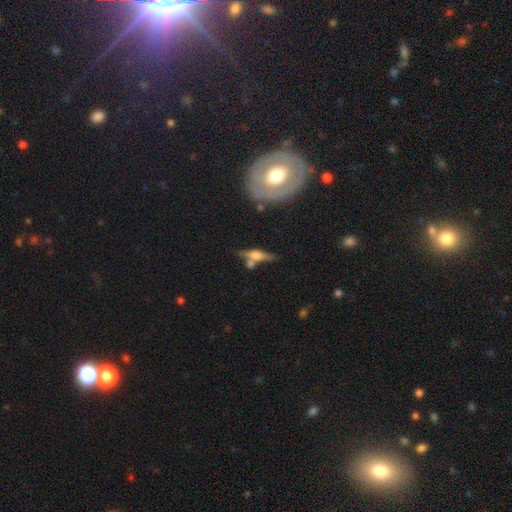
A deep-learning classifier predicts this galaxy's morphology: type=featured or disk (63%); edge-on=yes (92%); edge-on bulge=rounded (85%); merging=none (60%).